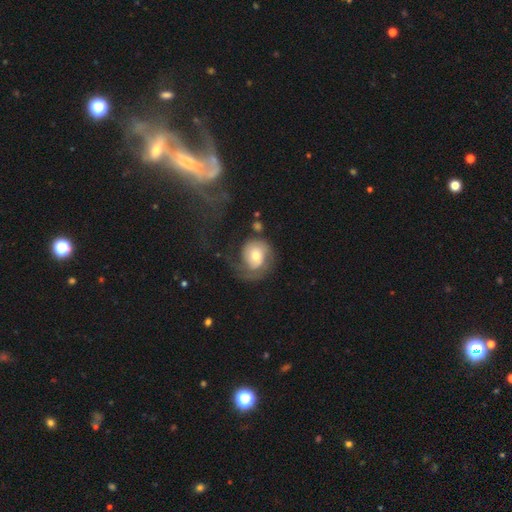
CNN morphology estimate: Smooth or featured? featured or disk (60%)
Edge-on disk? no (97%)
Bar? no (71%)
Spiral arms? yes (84%)
Bulge size? moderate (64%)
Merging? none (44%)